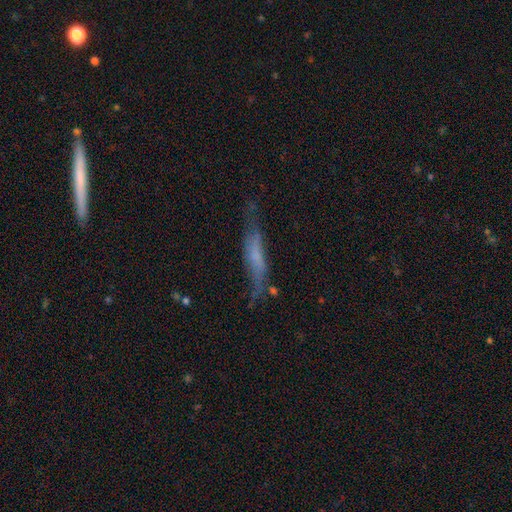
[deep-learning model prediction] A featured or disk galaxy (49%). Merging: none (55%).